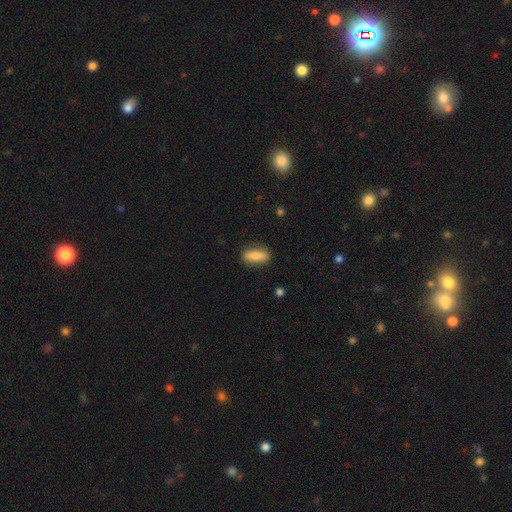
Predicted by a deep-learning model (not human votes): Q: Smooth or featured?
A: smooth (82%); runner-up: featured or disk (11%)
Q: How rounded?
A: in between (67%); runner-up: cigar-shaped (30%)
Q: Merging?
A: none (84%); runner-up: minor disturbance (12%)